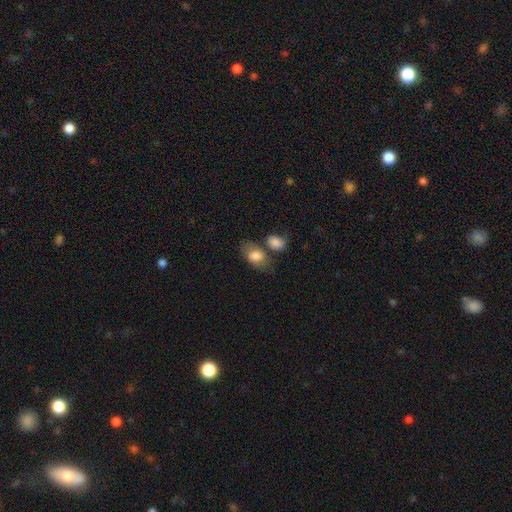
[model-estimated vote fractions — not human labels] Morphology: type=smooth (78%); roundness=in between (83%); merging=none (46%).